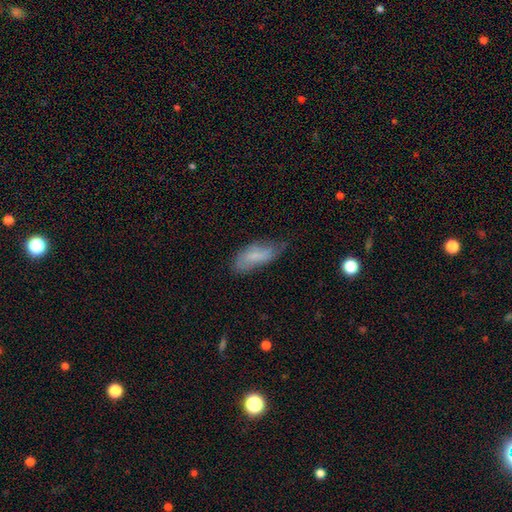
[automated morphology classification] smooth_or_featured: smooth (p=0.72) [alt: featured or disk p=0.21]
how_rounded: in between (p=0.78) [alt: cigar-shaped p=0.20]
merging: none (p=0.48) [alt: minor disturbance p=0.37]